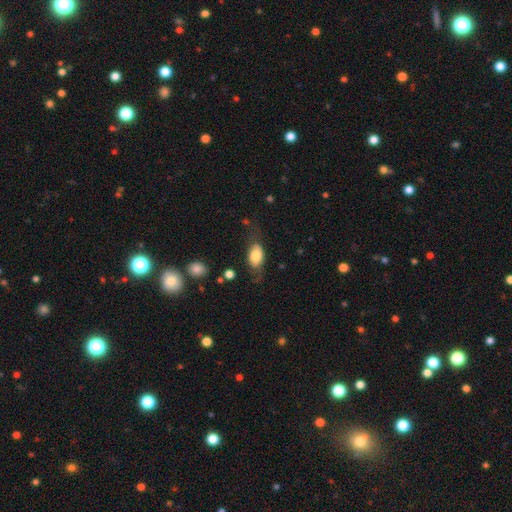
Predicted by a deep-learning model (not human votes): Smooth or featured: smooth — 70% (featured or disk — 23%)
How rounded: in between — 86% (round — 10%)
Merging: none — 61% (minor disturbance — 24%)